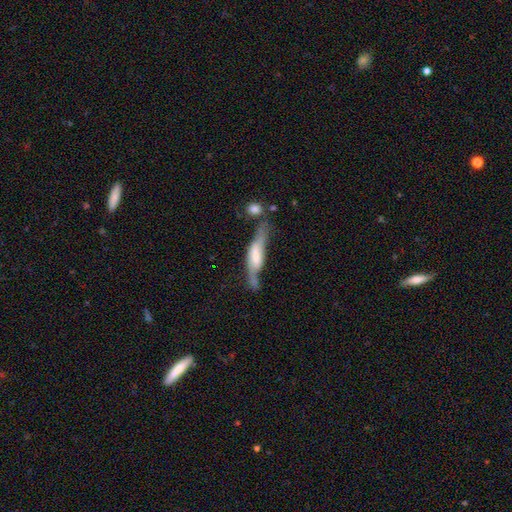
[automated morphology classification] Overall: featured or disk (61%; smooth 33%). Edge-on disk: yes (64%; no 36%). Merging: none (39%; minor disturbance 26%).